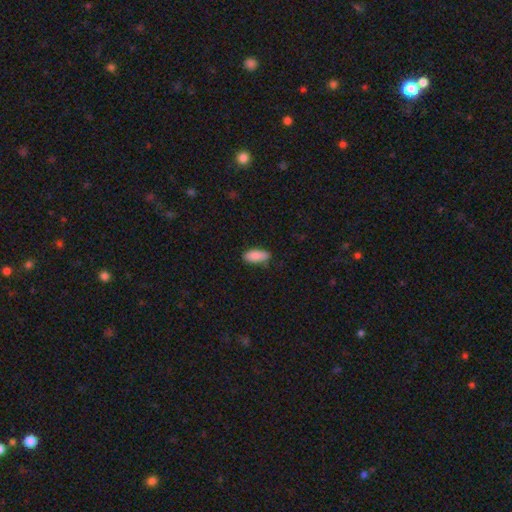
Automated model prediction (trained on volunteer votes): A smooth galaxy with no disk features (89%) that is in between round and cigar-shaped (85%).

Vote fractions:
- Smooth or featured? smooth: 89% / star or artifact: 6% / featured or disk: 5%
- How rounded? in between: 85% / cigar-shaped: 14% / round: 2%
- Merging? none: 77% / minor disturbance: 19% / major disturbance: 3% / merger: 2%